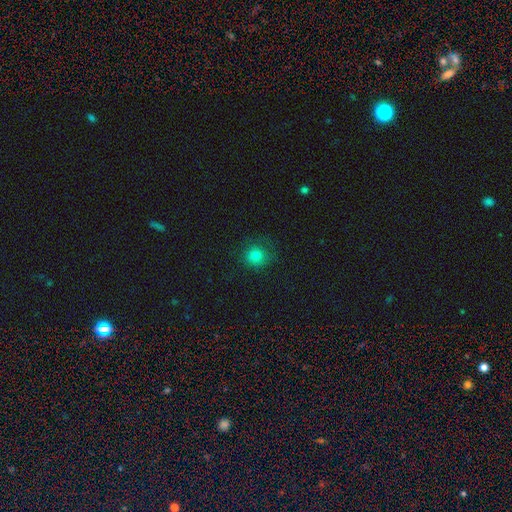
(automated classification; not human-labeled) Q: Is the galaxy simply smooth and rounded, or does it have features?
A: smooth — 78%.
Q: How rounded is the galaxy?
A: round — 86%.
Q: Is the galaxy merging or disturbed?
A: none — 74%.